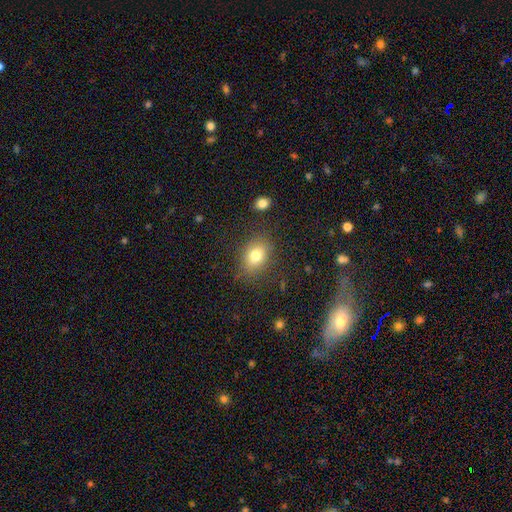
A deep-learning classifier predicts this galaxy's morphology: This is likely a smooth galaxy (77%). How rounded: likely in between (71%). Merging: clearly none (81%).